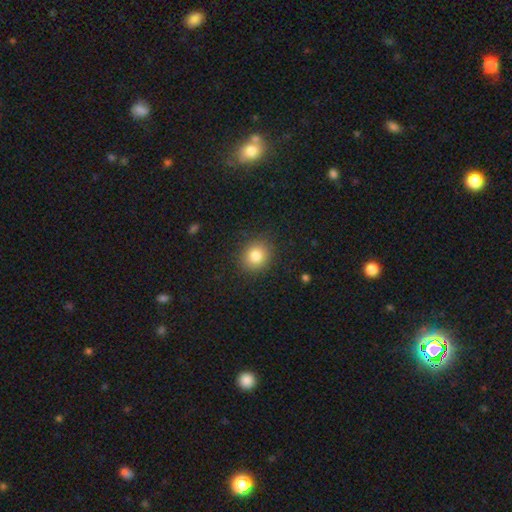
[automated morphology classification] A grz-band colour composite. It shows a smooth galaxy with no disk features (83%) that is round (77%). Merging: none (87%).